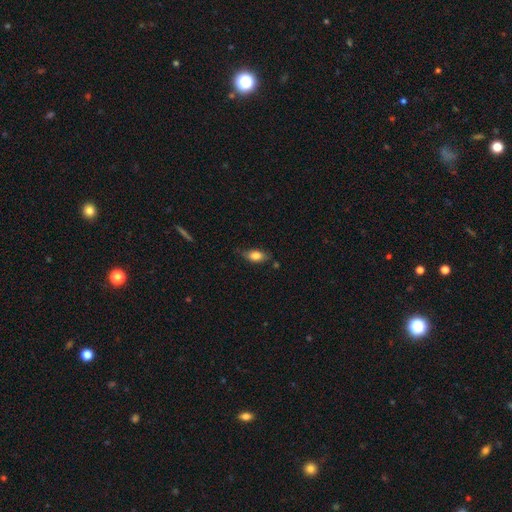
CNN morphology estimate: Smooth or featured: smooth — 80% (featured or disk — 13%)
How rounded: in between — 86% (cigar-shaped — 9%)
Merging: none — 72% (minor disturbance — 21%)